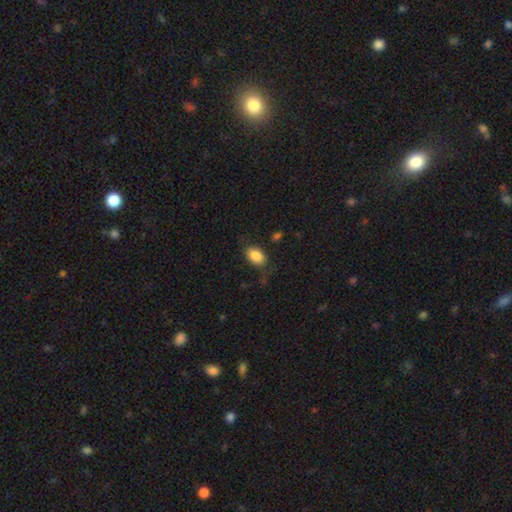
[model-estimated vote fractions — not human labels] The model was most divided on "merging": none: 72%, minor disturbance: 18%, major disturbance: 8%, merger: 2%. More confident: smooth or featured — smooth (86%); how rounded — in between (83%).